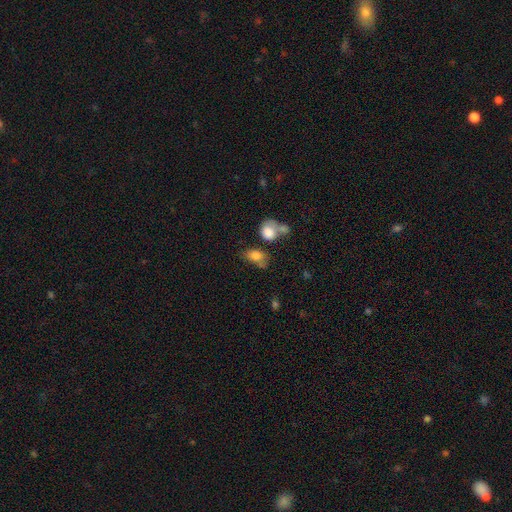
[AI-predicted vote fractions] Smooth or featured? smooth (80%)
How rounded? in between (80%)
Merging? none (37%)